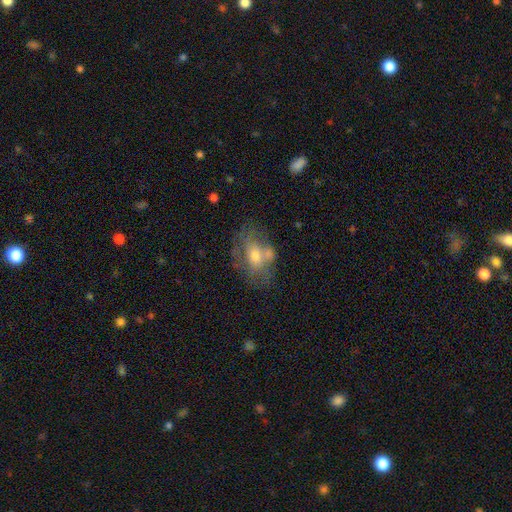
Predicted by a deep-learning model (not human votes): smooth_or_featured: smooth (p=0.46) [alt: featured or disk p=0.45]
merging: none (p=0.44) [alt: minor disturbance p=0.22]